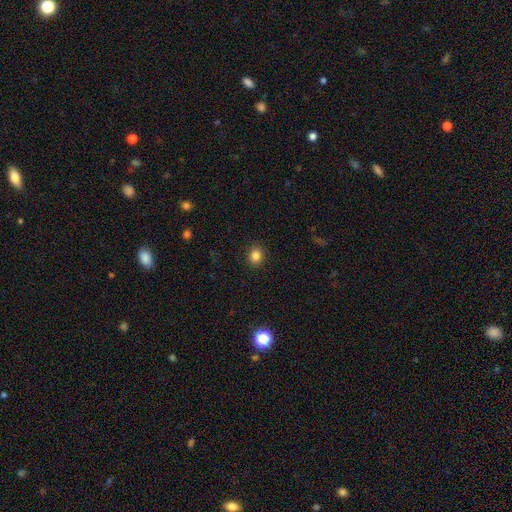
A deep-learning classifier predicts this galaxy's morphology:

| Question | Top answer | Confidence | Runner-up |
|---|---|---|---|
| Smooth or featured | smooth | 83% | star or artifact (12%) |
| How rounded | round | 77% | in between (22%) |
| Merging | none | 91% | minor disturbance (6%) |